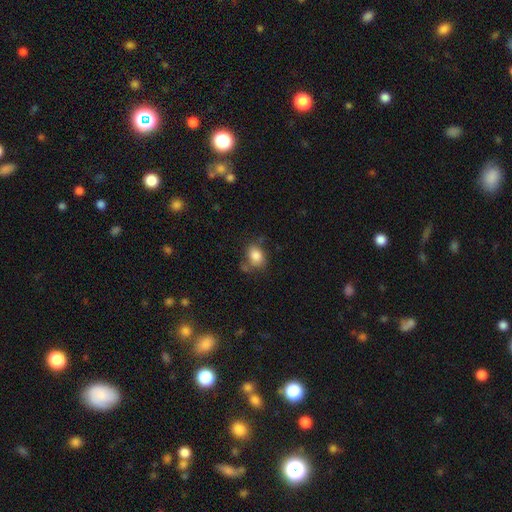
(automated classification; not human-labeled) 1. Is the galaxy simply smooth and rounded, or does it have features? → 82% smooth, 9% featured or disk, 9% star or artifact.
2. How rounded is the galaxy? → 63% in between, 36% round, 1% cigar-shaped.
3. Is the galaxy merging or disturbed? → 56% none, 24% minor disturbance, 10% merger, 10% major disturbance.